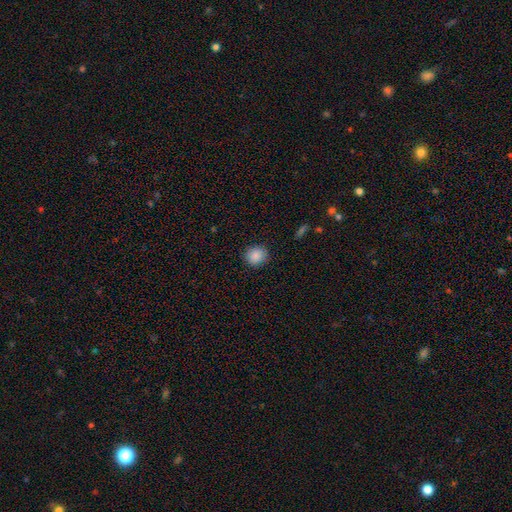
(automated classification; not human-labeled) Smooth or featured? Predicted: smooth (p=0.88). How rounded? Predicted: round (p=0.84). Merging? Predicted: none (p=0.89).